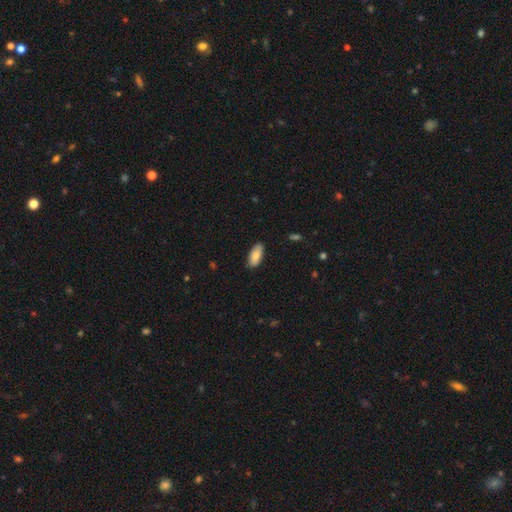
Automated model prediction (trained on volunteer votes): Smooth or featured: smooth — 81% (featured or disk — 13%)
How rounded: in between — 90% (cigar-shaped — 8%)
Merging: none — 85% (minor disturbance — 12%)